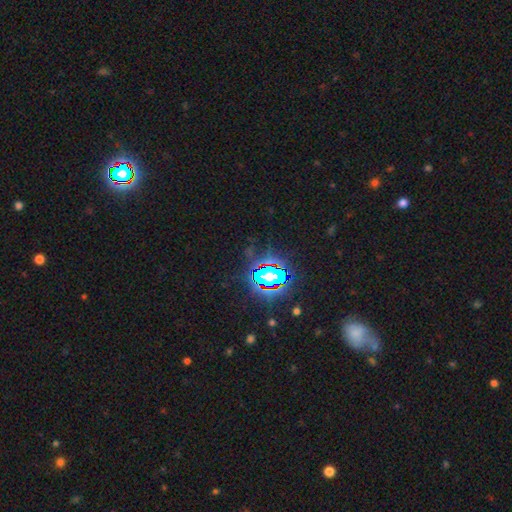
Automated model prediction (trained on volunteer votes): This is likely a star or artifact rather than a galaxy (79%).